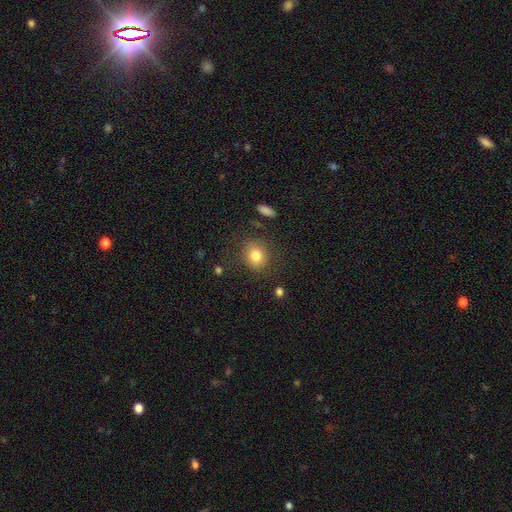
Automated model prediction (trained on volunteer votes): Smooth or featured? smooth (80%)
How rounded? round (71%)
Merging? none (82%)